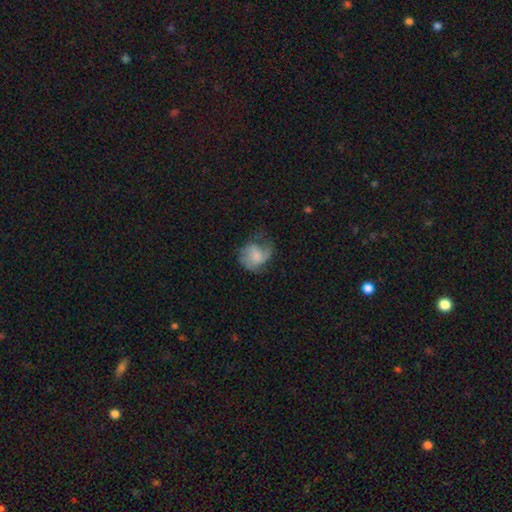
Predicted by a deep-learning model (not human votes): Smooth or featured: featured or disk — 49% (smooth — 43%)
Merging: none — 39% (major disturbance — 31%)